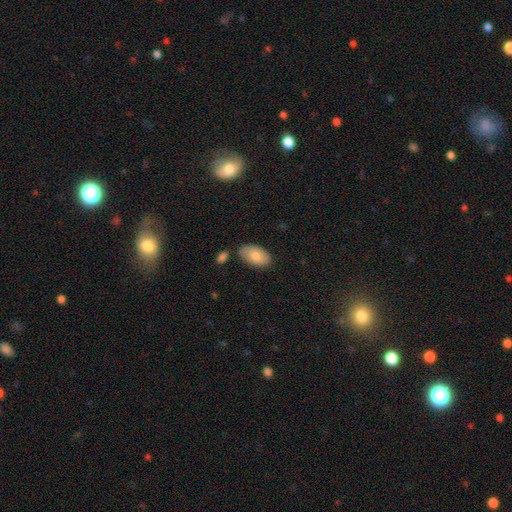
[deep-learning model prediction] This is clearly a smooth galaxy (82%). How rounded: clearly in between (95%). Merging: likely none (75%).